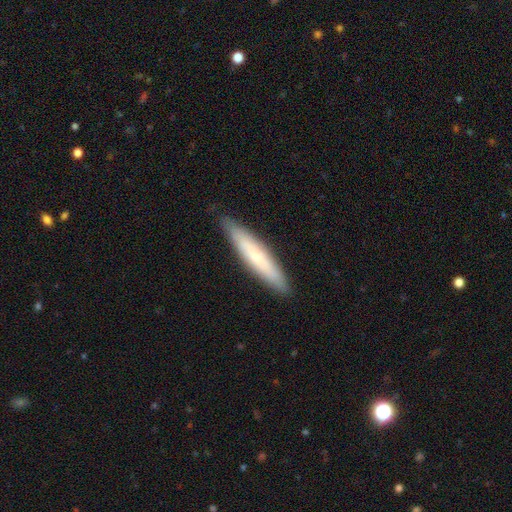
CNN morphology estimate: smooth_or_featured: smooth (p=0.58) [alt: featured or disk p=0.36]
how_rounded: cigar-shaped (p=0.89) [alt: in between p=0.10]
merging: none (p=0.88) [alt: minor disturbance p=0.09]